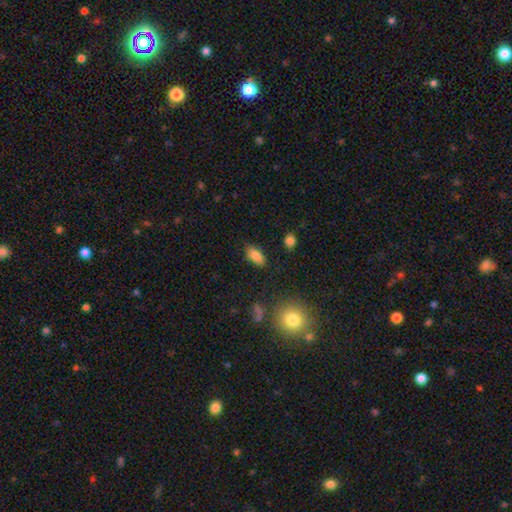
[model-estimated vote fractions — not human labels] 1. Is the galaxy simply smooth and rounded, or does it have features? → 84% smooth, 9% star or artifact, 7% featured or disk.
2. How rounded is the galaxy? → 89% in between, 7% cigar-shaped, 4% round.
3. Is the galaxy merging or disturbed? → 81% none, 14% minor disturbance, 3% major disturbance, 2% merger.